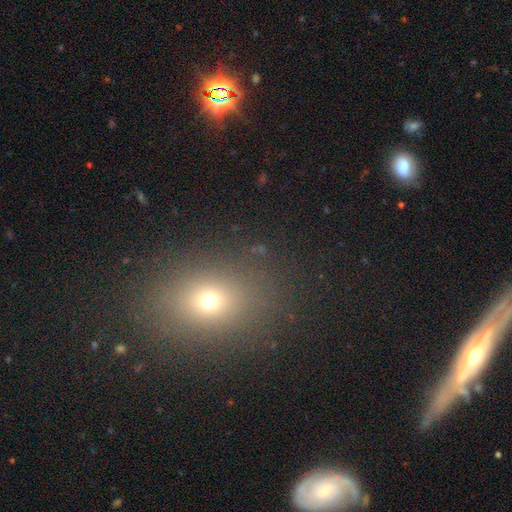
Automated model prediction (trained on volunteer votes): smooth 60%, star or artifact 27%, featured or disk 13%. Down the decision tree: how rounded — in between (56%); merging — none (85%).